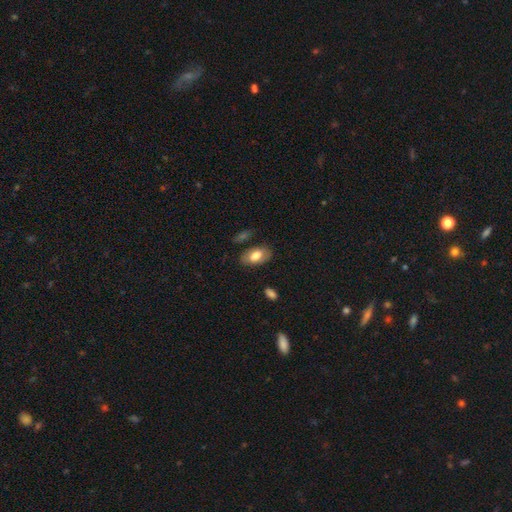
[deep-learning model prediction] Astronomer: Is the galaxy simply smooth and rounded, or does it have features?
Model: smooth — 70%.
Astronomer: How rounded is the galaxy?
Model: in between — 93%.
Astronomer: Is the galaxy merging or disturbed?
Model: none — 75%.